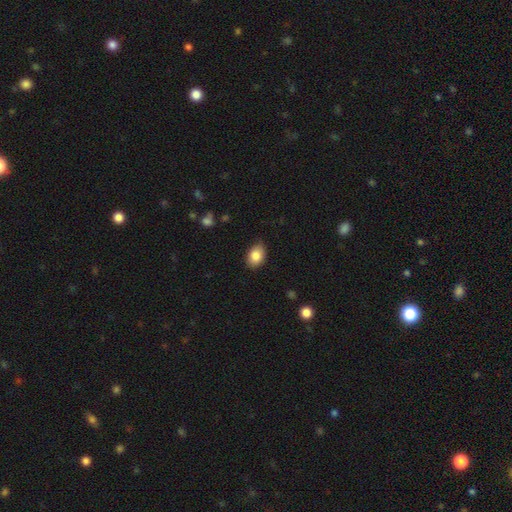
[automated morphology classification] This is clearly a smooth galaxy (85%). How rounded: likely in between (78%). Merging: clearly none (80%).